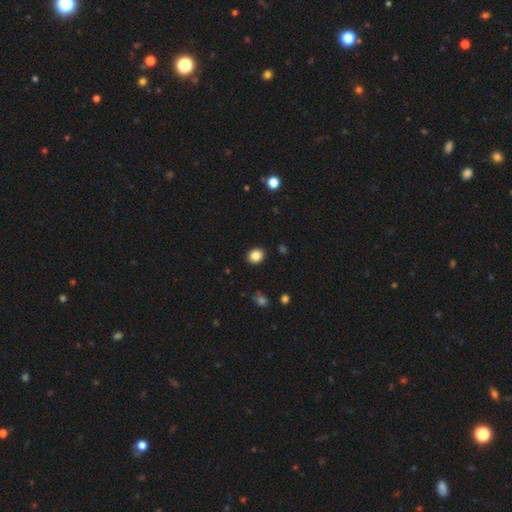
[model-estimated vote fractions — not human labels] Morphology: type=smooth (86%); roundness=round (60%); merging=none (90%).